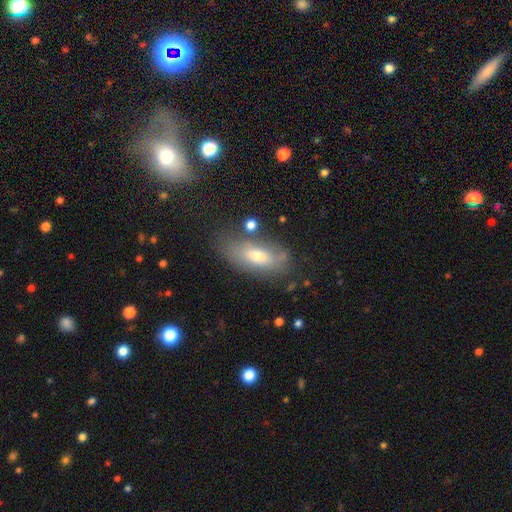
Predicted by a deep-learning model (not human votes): Overall: smooth (55%; featured or disk 32%). How rounded: in between (84%). Merging: none (65%).